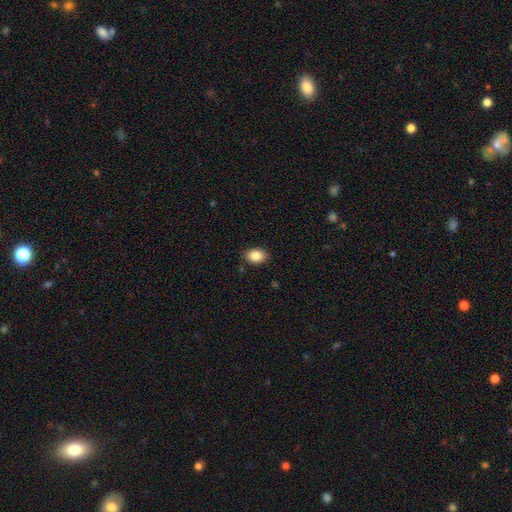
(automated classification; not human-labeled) smooth-or-featured: smooth: 86% | star or artifact: 8% | featured or disk: 6%
  how-rounded: in between: 75% | round: 24% | cigar-shaped: 1%
  merging: none: 88% | minor disturbance: 9% | major disturbance: 2% | merger: 1%